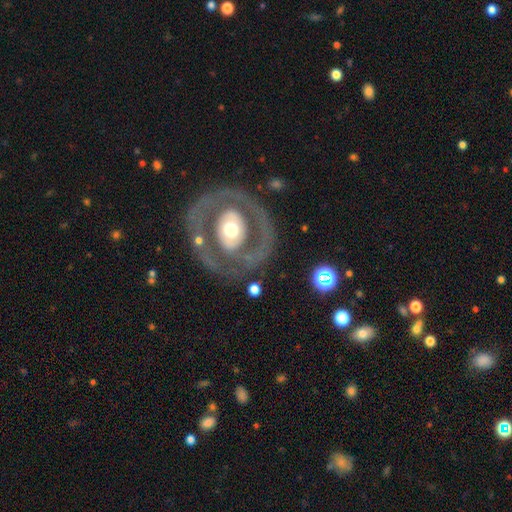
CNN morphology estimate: Q: Smooth or featured?
A: featured or disk (74%); runner-up: smooth (20%)
Q: Edge-on disk?
A: no (94%); runner-up: yes (6%)
Q: Bar?
A: no (69%); runner-up: weak (19%)
Q: Spiral arms?
A: no (62%); runner-up: yes (38%)
Q: Bulge size?
A: moderate (58%); runner-up: small (21%)
Q: Merging?
A: none (74%); runner-up: minor disturbance (14%)